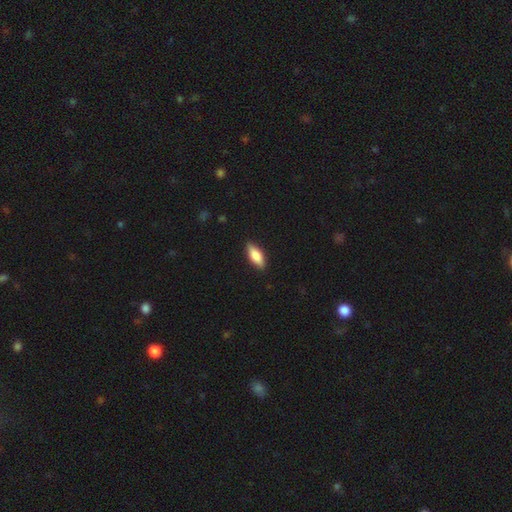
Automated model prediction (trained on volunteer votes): Q: Smooth or featured?
A: smooth (76%); runner-up: featured or disk (18%)
Q: How rounded?
A: in between (73%); runner-up: cigar-shaped (25%)
Q: Merging?
A: none (88%); runner-up: minor disturbance (9%)